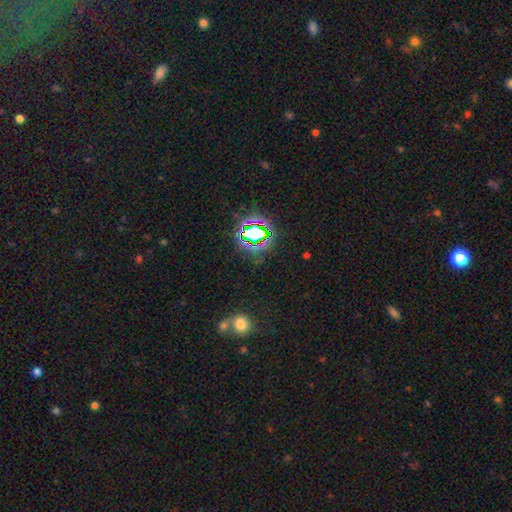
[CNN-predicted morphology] type=star or artifact (72%).